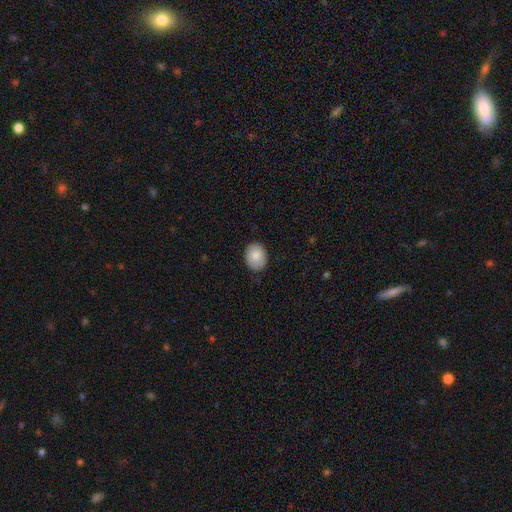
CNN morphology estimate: smooth_or_featured: smooth (p=0.86) [alt: featured or disk p=0.07]
how_rounded: in between (p=0.53) [alt: round p=0.46]
merging: none (p=0.85) [alt: minor disturbance p=0.12]